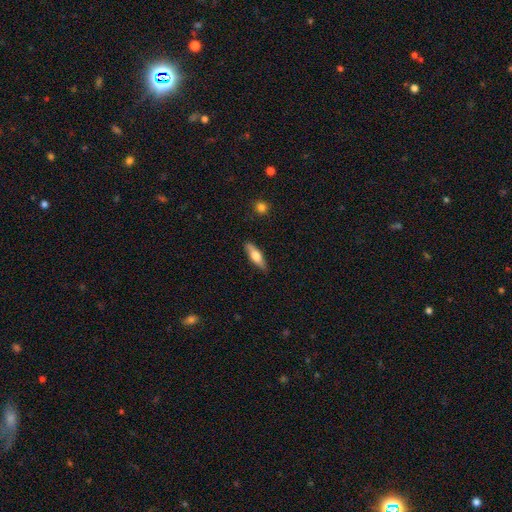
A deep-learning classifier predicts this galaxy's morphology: This is likely a smooth galaxy (61%). How rounded: possibly cigar-shaped (54%). Merging: clearly none (84%).